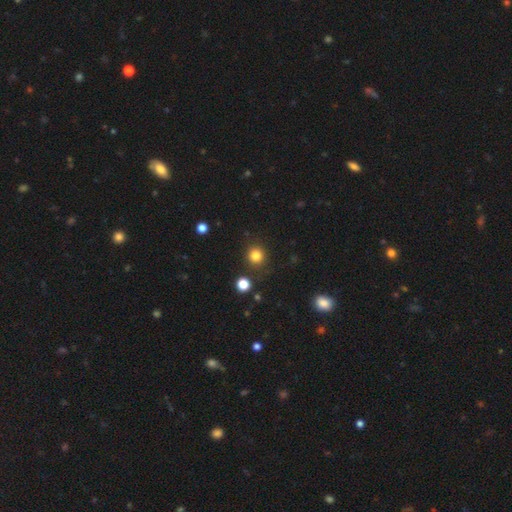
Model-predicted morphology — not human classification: smooth_or_featured: smooth (p=0.83) [alt: star or artifact p=0.13]
how_rounded: round (p=0.91) [alt: in between p=0.08]
merging: none (p=0.87) [alt: minor disturbance p=0.07]